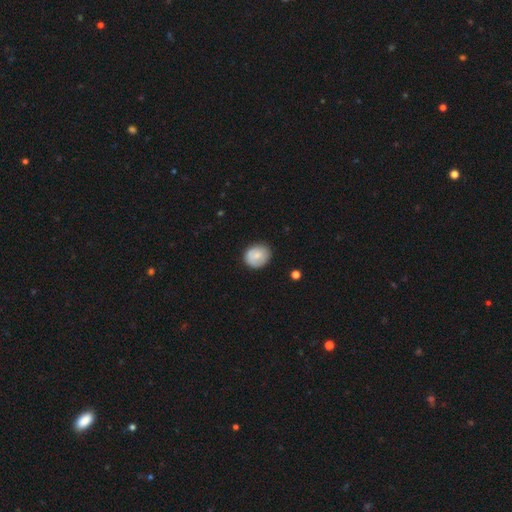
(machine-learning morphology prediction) Smooth or featured?
  - smooth: 76% *
  - featured or disk: 17%
  - star or artifact: 7%
How rounded?
  - round: 70% *
  - in between: 29%
  - cigar-shaped: 1%
Merging?
  - none: 78% *
  - minor disturbance: 16%
  - major disturbance: 4%
  - merger: 1%